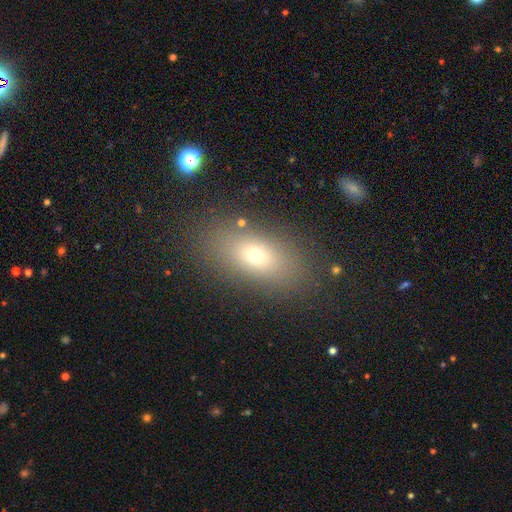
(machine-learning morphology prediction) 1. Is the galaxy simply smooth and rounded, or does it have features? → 68% smooth, 16% featured or disk, 16% star or artifact.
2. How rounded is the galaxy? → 80% in between, 13% round, 6% cigar-shaped.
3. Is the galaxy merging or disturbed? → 83% none, 10% minor disturbance, 5% major disturbance, 2% merger.